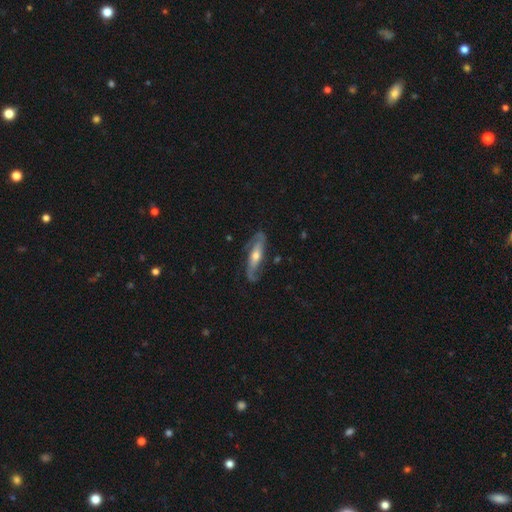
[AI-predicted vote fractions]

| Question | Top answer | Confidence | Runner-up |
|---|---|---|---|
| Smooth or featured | featured or disk | 76% | smooth (19%) |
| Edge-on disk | no | 76% | yes (24%) |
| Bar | no | 49% | weak (28%) |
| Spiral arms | yes | 90% | no (10%) |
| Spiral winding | medium | 40% | loose (33%) |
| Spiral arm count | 2 | 84% | can't tell (9%) |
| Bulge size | moderate | 62% | small (29%) |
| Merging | none | 73% | minor disturbance (18%) |